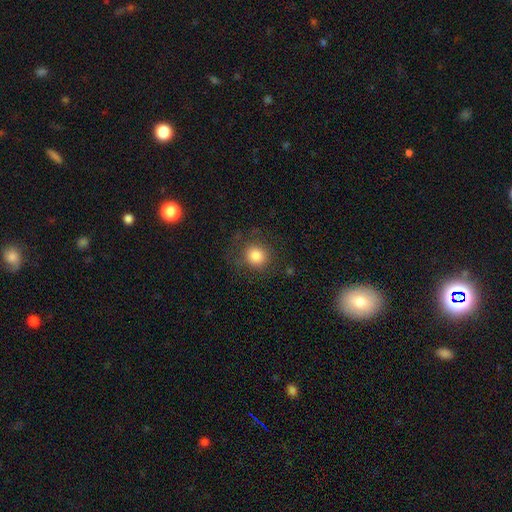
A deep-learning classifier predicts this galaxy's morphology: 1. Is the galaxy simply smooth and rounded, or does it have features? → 82% smooth, 10% star or artifact, 8% featured or disk.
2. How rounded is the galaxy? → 88% round, 11% in between, 1% cigar-shaped.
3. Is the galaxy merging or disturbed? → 78% none, 13% minor disturbance, 7% major disturbance, 1% merger.